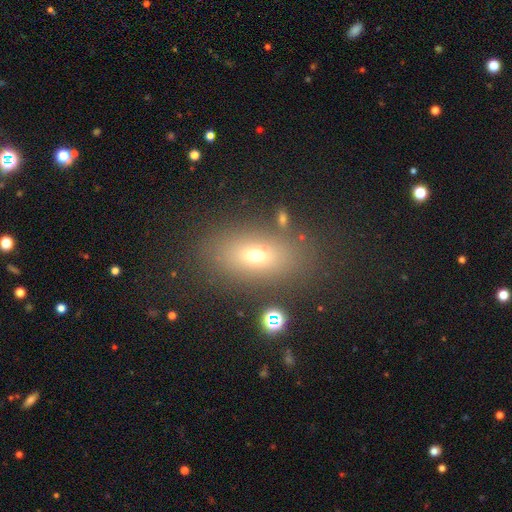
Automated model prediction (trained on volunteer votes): This is likely a smooth galaxy (65%). How rounded: likely in between (78%). Merging: likely none (80%).